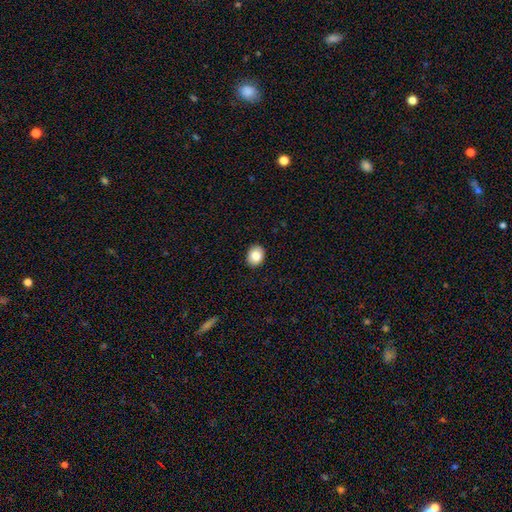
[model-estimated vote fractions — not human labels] A smooth galaxy with no disk features (84%) that is round (51%).

Vote fractions:
- Smooth or featured? smooth: 84% / star or artifact: 8% / featured or disk: 7%
- How rounded? round: 51% / in between: 49% / cigar-shaped: 1%
- Merging? none: 90% / minor disturbance: 7% / major disturbance: 2% / merger: 1%